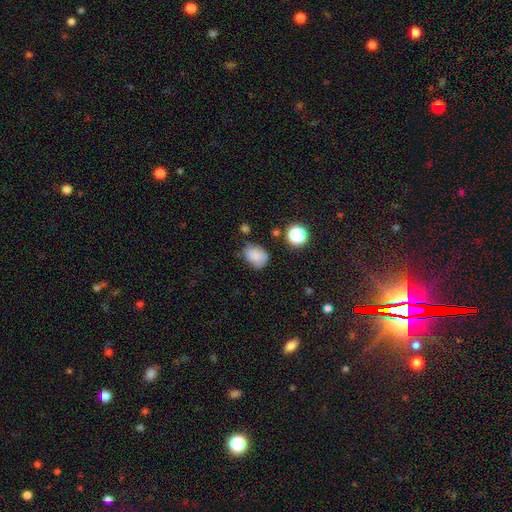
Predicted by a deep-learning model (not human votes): A smooth galaxy with no disk features (81%) that is in between round and cigar-shaped (61%). Merging: none (64%).